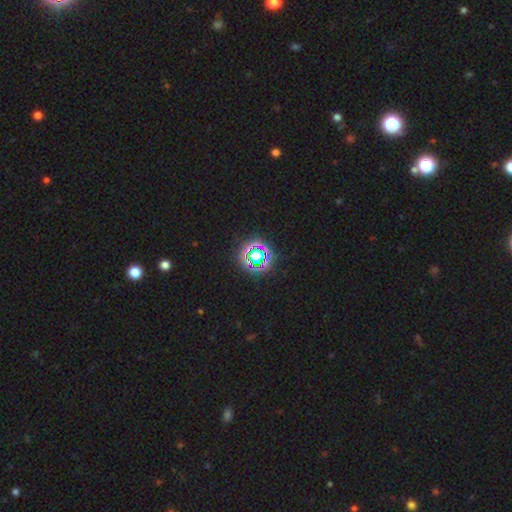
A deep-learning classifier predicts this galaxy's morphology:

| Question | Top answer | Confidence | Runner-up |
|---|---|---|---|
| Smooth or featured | star or artifact | 65% | smooth (23%) |